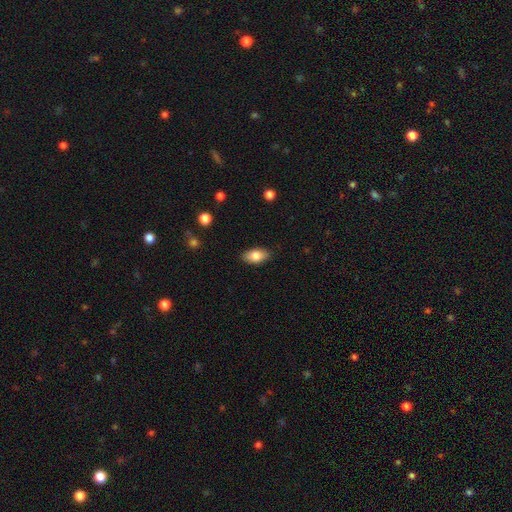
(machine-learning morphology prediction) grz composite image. It shows a smooth galaxy with no disk features (82%) that is in between round and cigar-shaped (91%). Merging: none (87%).